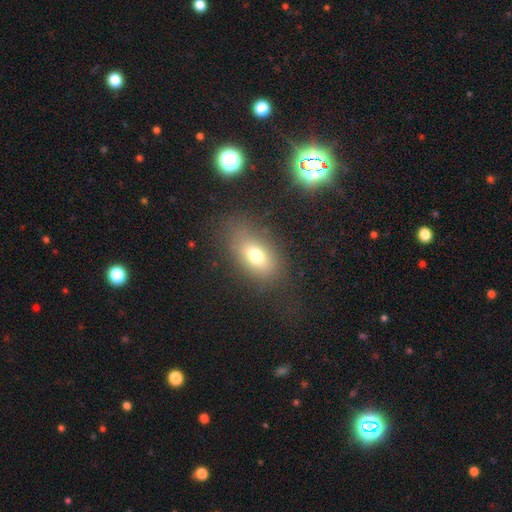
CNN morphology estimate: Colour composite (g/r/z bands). It shows a smooth galaxy with no disk features (72%) that is in between round and cigar-shaped (84%). Merging: none (72%).